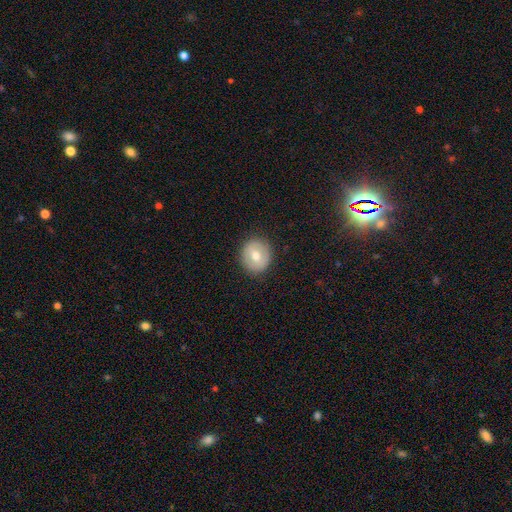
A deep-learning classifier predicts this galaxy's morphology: type=smooth (64%); roundness=round (88%); merging=none (89%).